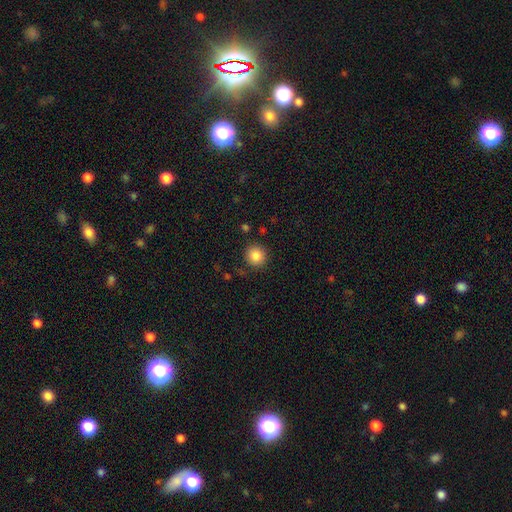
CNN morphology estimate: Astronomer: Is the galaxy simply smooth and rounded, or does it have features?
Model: smooth — 85%.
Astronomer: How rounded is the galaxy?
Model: round — 92%.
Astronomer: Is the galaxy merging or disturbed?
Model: none — 88%.